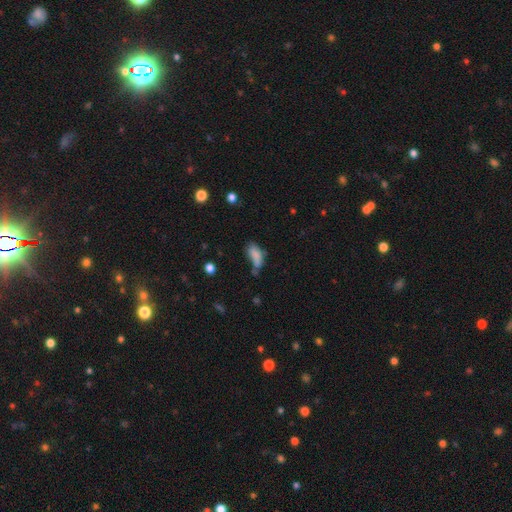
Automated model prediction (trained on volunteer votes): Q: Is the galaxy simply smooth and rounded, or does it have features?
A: smooth — 78%.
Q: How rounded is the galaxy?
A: in between — 83%.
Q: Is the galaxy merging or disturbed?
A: none — 36%.